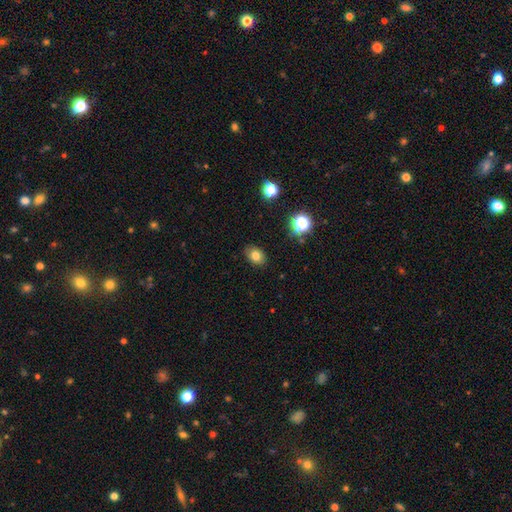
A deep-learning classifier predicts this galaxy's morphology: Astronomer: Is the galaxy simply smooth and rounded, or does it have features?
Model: smooth — 78%.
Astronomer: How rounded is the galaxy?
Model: in between — 71%.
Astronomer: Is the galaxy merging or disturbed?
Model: none — 87%.